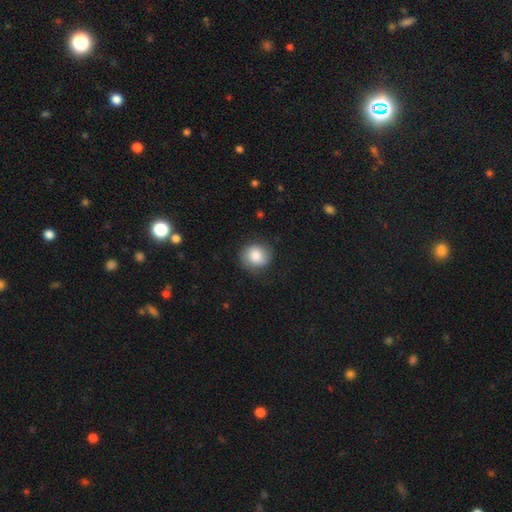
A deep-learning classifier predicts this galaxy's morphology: The model was most divided on "merging": none: 76%, minor disturbance: 18%, major disturbance: 5%, merger: 1%. More confident: how rounded — round (80%); smooth or featured — smooth (79%).